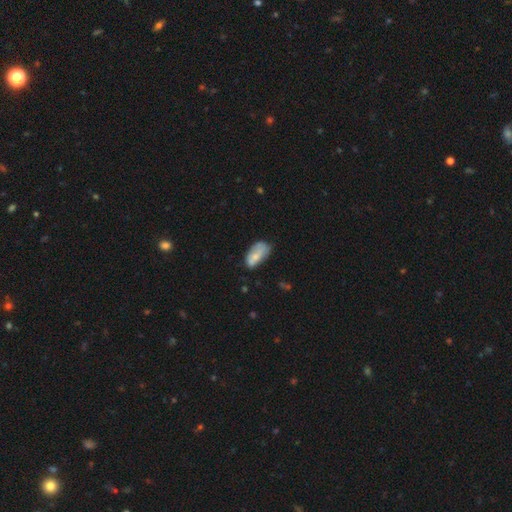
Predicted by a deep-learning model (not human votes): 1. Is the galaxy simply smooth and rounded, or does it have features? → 66% smooth, 27% featured or disk, 7% star or artifact.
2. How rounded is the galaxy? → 92% in between, 5% cigar-shaped, 4% round.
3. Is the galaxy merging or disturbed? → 44% none, 33% minor disturbance, 15% major disturbance, 8% merger.